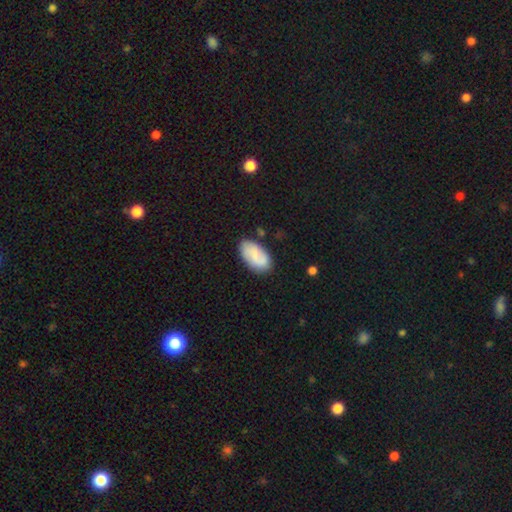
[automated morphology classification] type=smooth (72%); roundness=in between (94%); merging=none (75%).